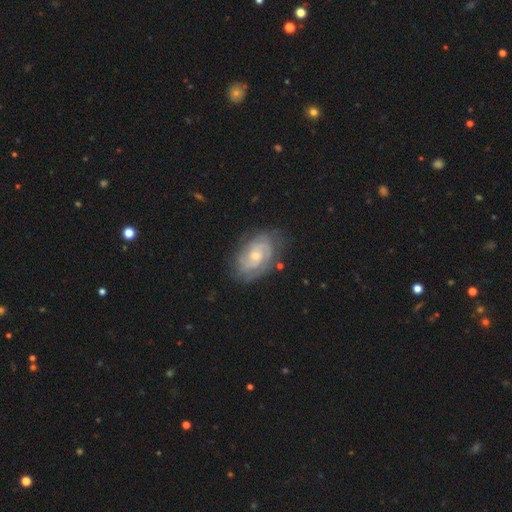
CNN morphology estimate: type=featured or disk (83%); edge-on=no (97%); bar=no (68%); spiral arms=yes (95%); winding=tight (66%); arm count=2 (42%); bulge=small (59%); merging=none (75%).